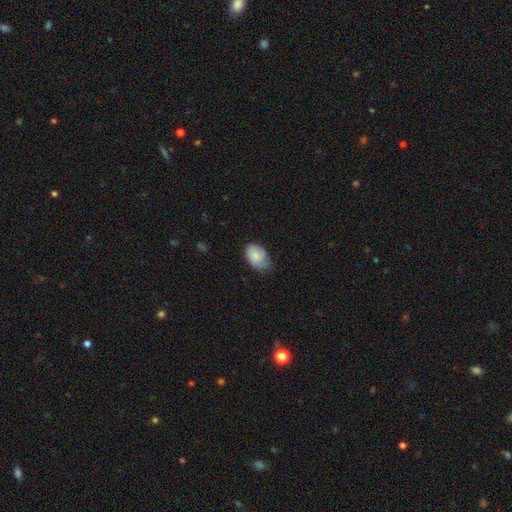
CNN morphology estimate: A smooth galaxy with no disk features (81%) that is in between round and cigar-shaped (86%). Merging: none (51%).